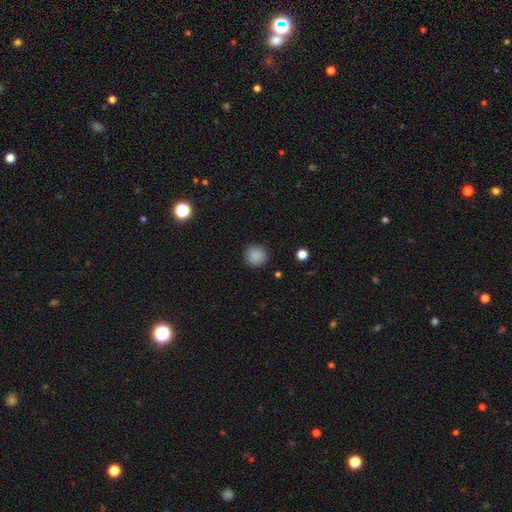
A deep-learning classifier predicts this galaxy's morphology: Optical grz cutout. It shows a smooth galaxy with no disk features (87%) that is round (93%). Merging: none (90%).